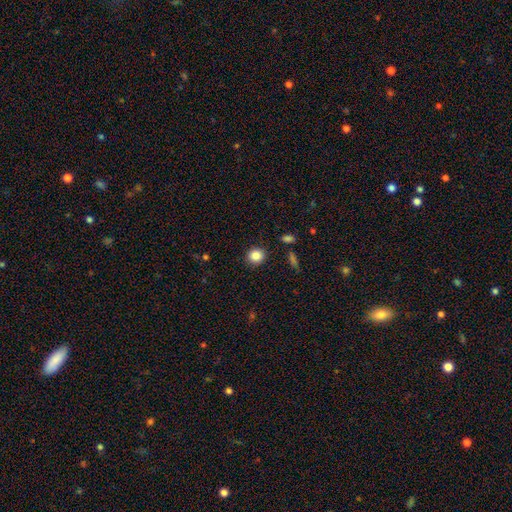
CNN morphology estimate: Smooth or featured? smooth (85%)
How rounded? round (85%)
Merging? none (89%)